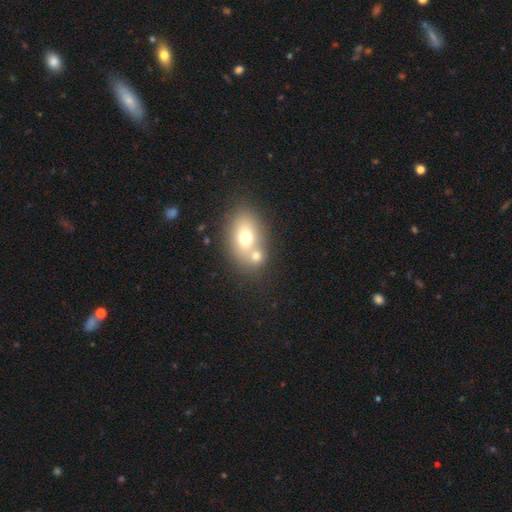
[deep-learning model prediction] Smooth or featured?
  - smooth: 68% *
  - featured or disk: 21%
  - star or artifact: 11%
How rounded?
  - in between: 63% *
  - round: 36%
  - cigar-shaped: 2%
Merging?
  - merger: 49% *
  - none: 38%
  - minor disturbance: 9%
  - major disturbance: 4%